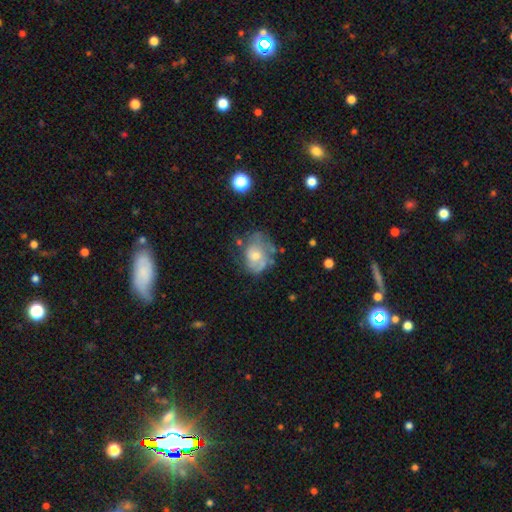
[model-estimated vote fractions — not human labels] Smooth or featured: featured or disk — 52% (smooth — 39%)
Edge-on disk: no — 97% (yes — 3%)
Bar: no — 80% (weak — 17%)
Spiral arms: yes — 53% (no — 47%)
Bulge size: moderate — 52% (small — 38%)
Merging: none — 41% (minor disturbance — 30%)